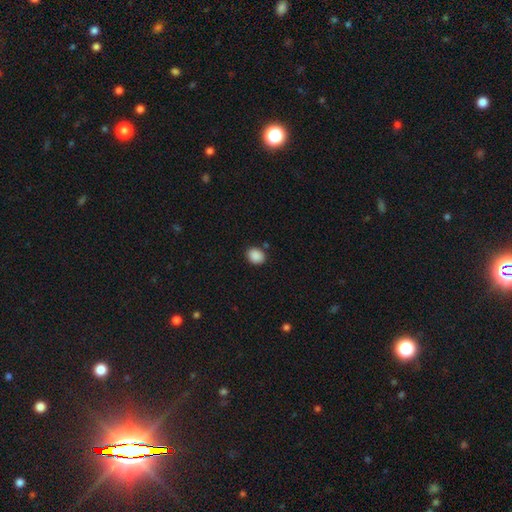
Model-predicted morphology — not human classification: Q: Smooth or featured?
A: smooth (89%); runner-up: star or artifact (9%)
Q: How rounded?
A: round (51%); runner-up: in between (48%)
Q: Merging?
A: none (85%); runner-up: minor disturbance (10%)